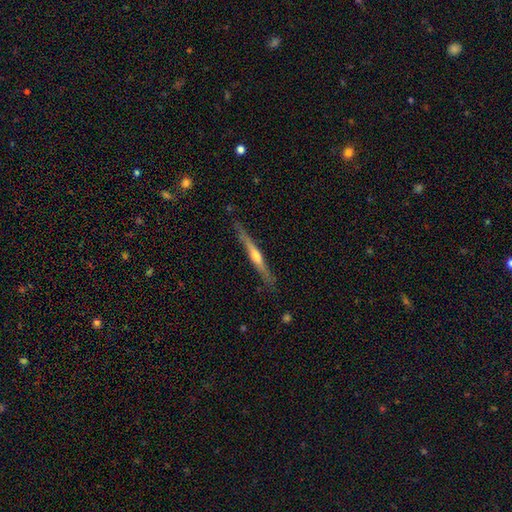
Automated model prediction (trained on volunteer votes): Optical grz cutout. It shows a featured or disk galaxy (68%) viewed edge-on (97%) with a rounded central bulge (77%). Merging: none (84%).